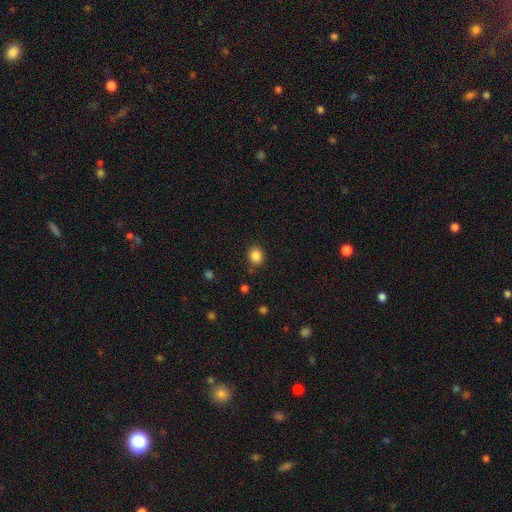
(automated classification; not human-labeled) Smooth or featured? smooth (85%)
How rounded? round (71%)
Merging? none (85%)